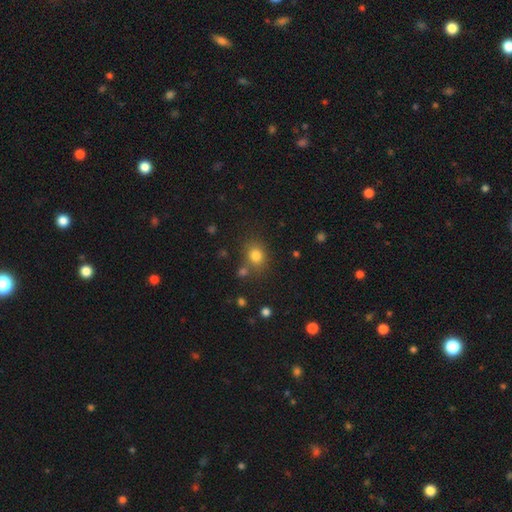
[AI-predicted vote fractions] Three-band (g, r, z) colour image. It shows a smooth galaxy with no disk features (80%) that is round (62%). Merging: none (72%).